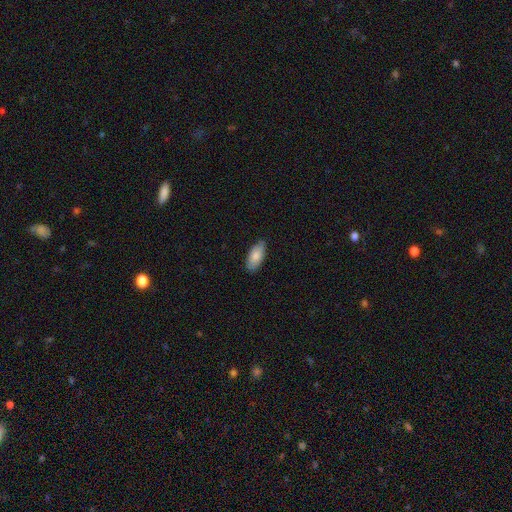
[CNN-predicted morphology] Smooth or featured? Predicted: smooth (p=0.82). How rounded? Predicted: in between (p=0.89). Merging? Predicted: none (p=0.82).